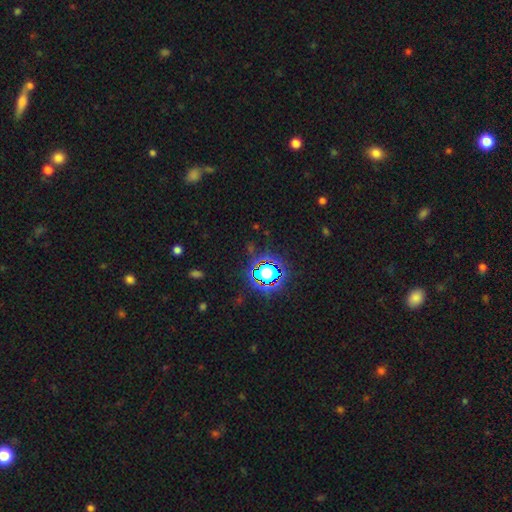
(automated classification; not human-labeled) This appears to be a star or artifact, not a galaxy (77%).